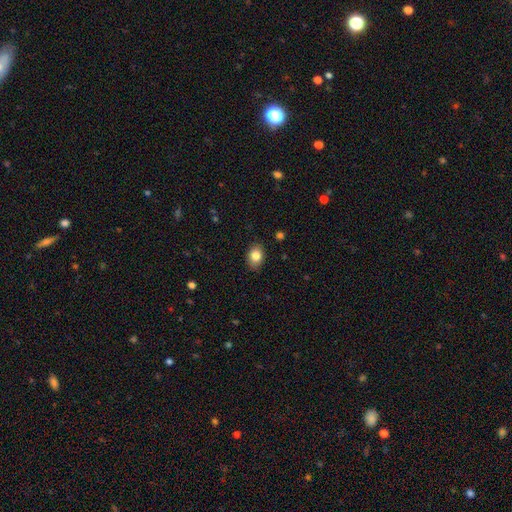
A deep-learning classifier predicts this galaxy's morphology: A smooth galaxy with no disk features (83%) that is in between round and cigar-shaped (72%).

Vote fractions:
- Smooth or featured? smooth: 83% / star or artifact: 9% / featured or disk: 8%
- How rounded? in between: 72% / round: 27% / cigar-shaped: 1%
- Merging? none: 86% / minor disturbance: 11% / major disturbance: 2% / merger: 1%